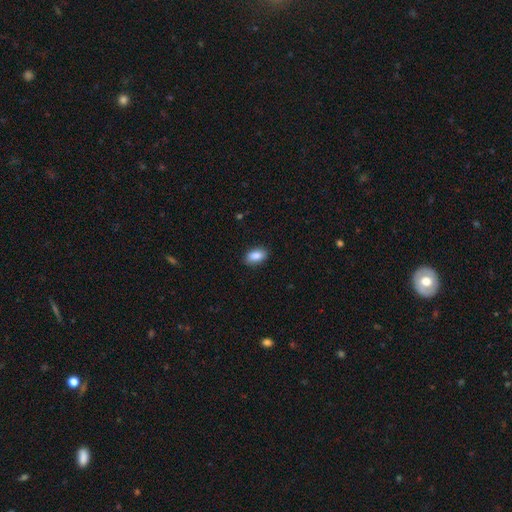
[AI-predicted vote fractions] smooth-or-featured: smooth: 87% | star or artifact: 7% | featured or disk: 6%
  how-rounded: in between: 92% | round: 6% | cigar-shaped: 2%
  merging: none: 88% | minor disturbance: 9% | major disturbance: 2% | merger: 1%